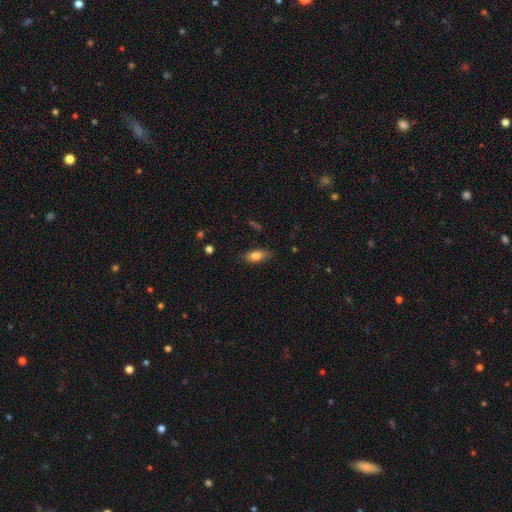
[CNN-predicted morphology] Smooth or featured? smooth (80%)
How rounded? in between (82%)
Merging? none (83%)